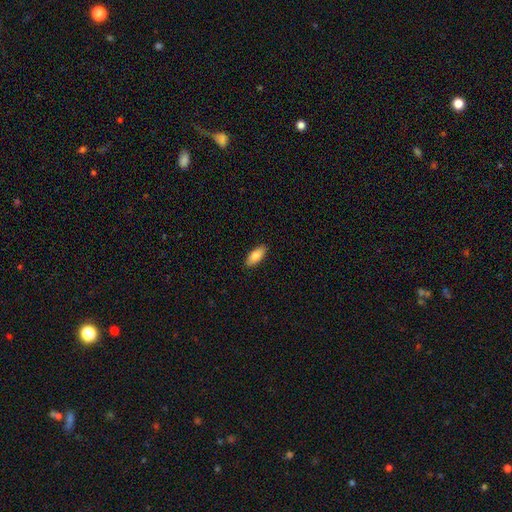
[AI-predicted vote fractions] The model was most divided on "how rounded": in between: 81%, cigar-shaped: 17%, round: 2%. More confident: merging — none (89%); smooth or featured — smooth (83%).